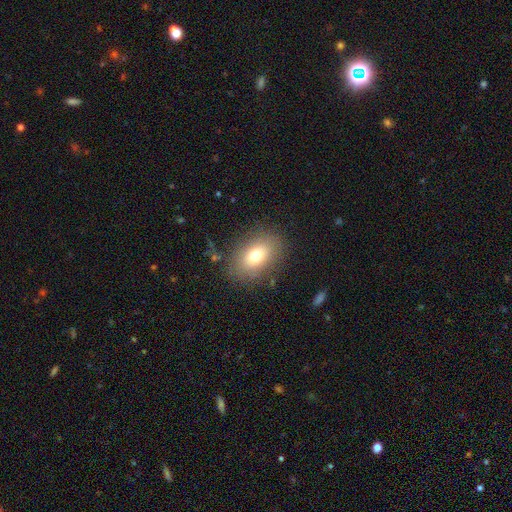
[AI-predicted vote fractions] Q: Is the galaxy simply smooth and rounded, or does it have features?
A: smooth — 74%.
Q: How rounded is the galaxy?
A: in between — 81%.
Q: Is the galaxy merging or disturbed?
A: none — 83%.